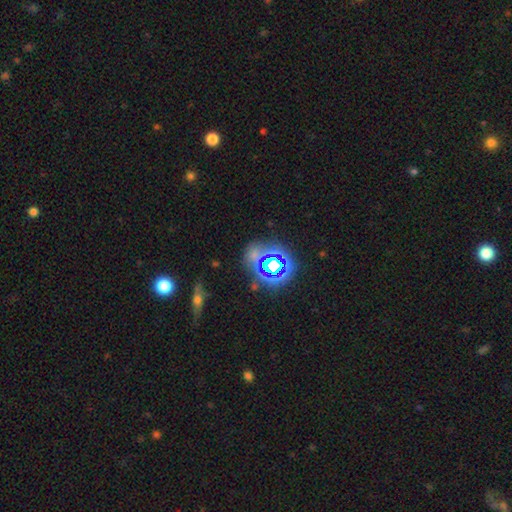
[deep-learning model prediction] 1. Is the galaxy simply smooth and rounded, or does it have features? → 64% star or artifact, 25% smooth, 12% featured or disk.